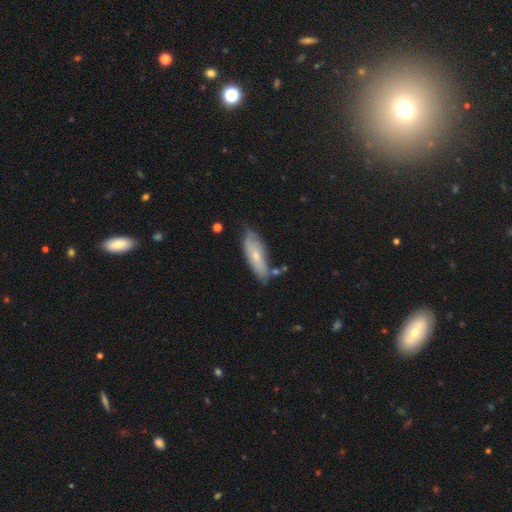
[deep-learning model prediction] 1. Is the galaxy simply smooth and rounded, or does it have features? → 59% smooth, 34% featured or disk, 7% star or artifact.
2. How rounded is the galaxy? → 57% in between, 41% cigar-shaped, 2% round.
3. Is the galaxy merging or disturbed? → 65% none, 25% minor disturbance, 5% merger, 5% major disturbance.